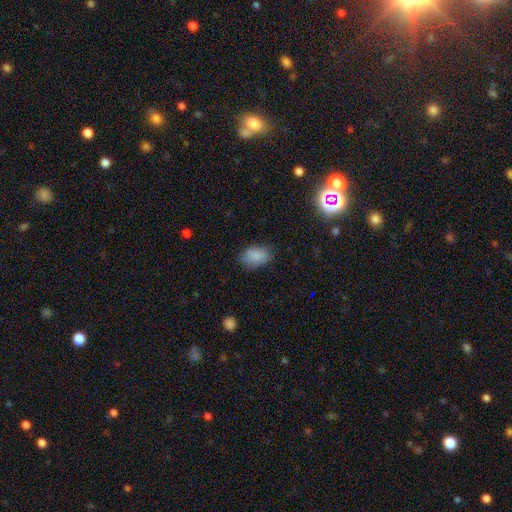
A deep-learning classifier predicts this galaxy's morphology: Smooth or featured?
  - smooth: 86% *
  - star or artifact: 8%
  - featured or disk: 6%
How rounded?
  - in between: 88% *
  - round: 10%
  - cigar-shaped: 2%
Merging?
  - none: 78% *
  - minor disturbance: 16%
  - major disturbance: 4%
  - merger: 1%